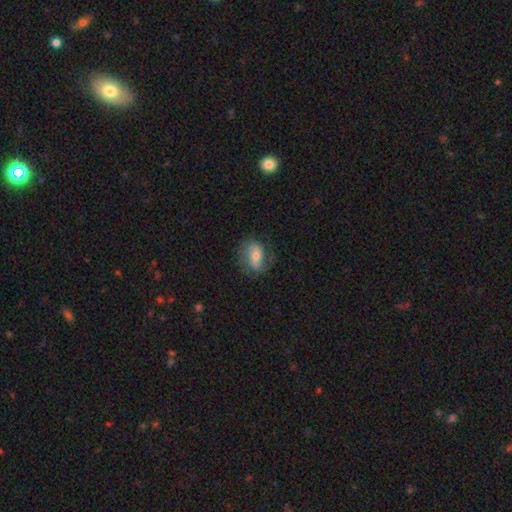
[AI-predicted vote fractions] smooth-or-featured: featured or disk: 56% | smooth: 35% | star or artifact: 8%
  disk-edge-on: no: 94% | yes: 6%
    bar: no: 39% | weak: 38% | strong: 23%
    has-spiral-arms: yes: 82% | no: 18%
    bulge-size: moderate: 61% | small: 30% | large: 6% | none: 2% | dominant: 1%
  merging: none: 70% | minor disturbance: 20% | major disturbance: 9% | merger: 2%